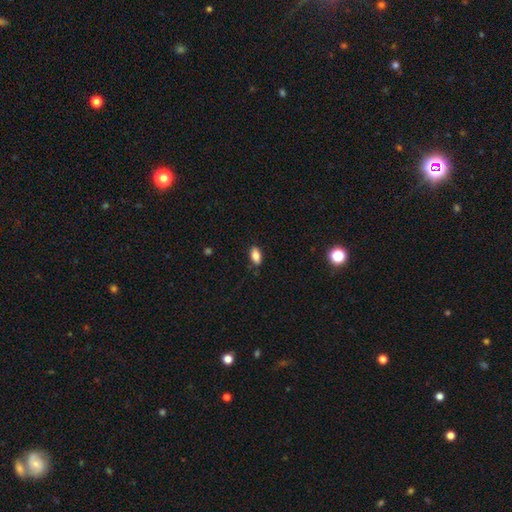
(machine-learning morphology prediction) smooth 83%, featured or disk 9%, star or artifact 9%. Down the decision tree: how rounded — in between (89%); merging — none (85%).